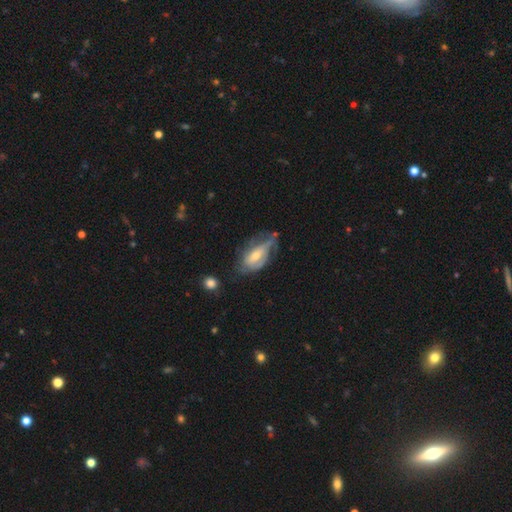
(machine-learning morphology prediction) A featured or disk galaxy (62%) with no bar (47%), spiral arms (72%) and a moderate central bulge (50%). Merging: none (35%).